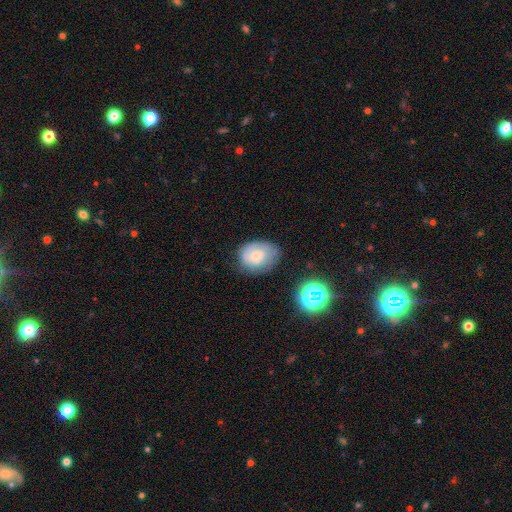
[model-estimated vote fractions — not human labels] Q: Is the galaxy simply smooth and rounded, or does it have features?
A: smooth — 59%.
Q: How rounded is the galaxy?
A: in between — 62%.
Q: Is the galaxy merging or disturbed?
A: none — 64%.